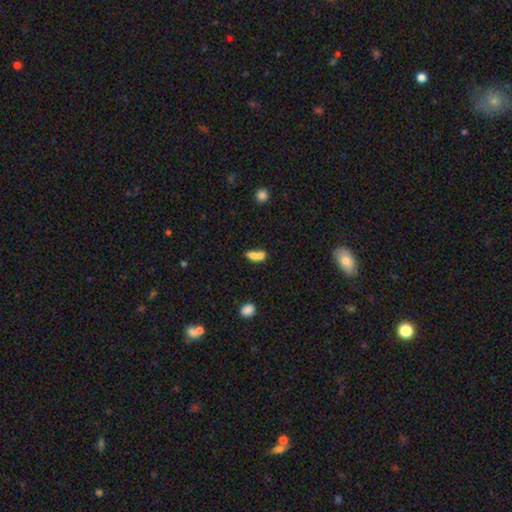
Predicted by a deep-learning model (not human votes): smooth-or-featured: smooth: 72% | featured or disk: 18% | star or artifact: 10%
  how-rounded: in between: 69% | round: 22% | cigar-shaped: 9%
  merging: merger: 68% | none: 20% | minor disturbance: 8% | major disturbance: 5%